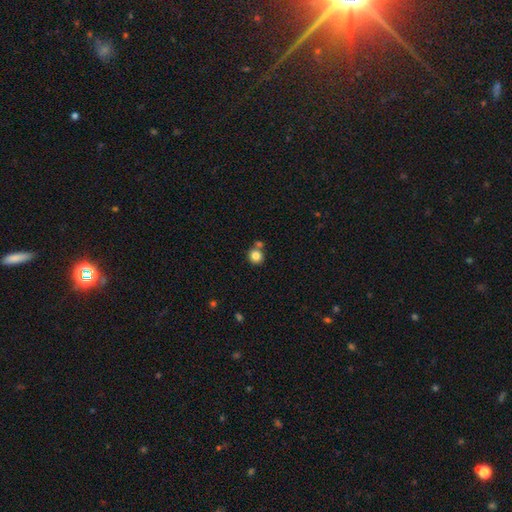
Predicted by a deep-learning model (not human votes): Overall: smooth (83%). How rounded: round (91%). Merging: none (67%).